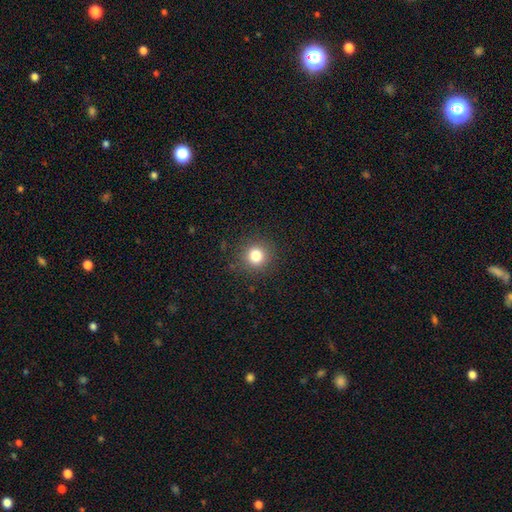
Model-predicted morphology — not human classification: Smooth or featured? Predicted: smooth (p=0.82). How rounded? Predicted: round (p=0.92). Merging? Predicted: none (p=0.89).